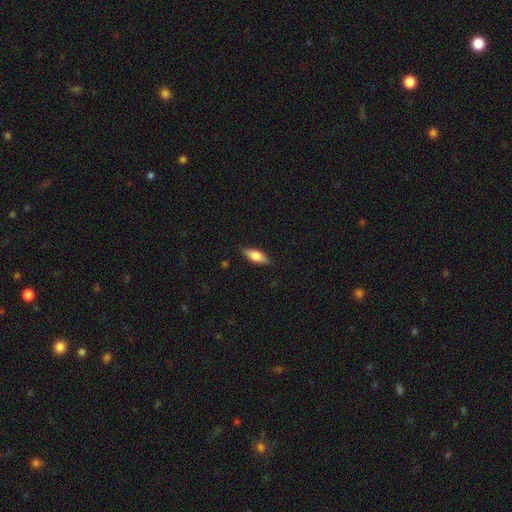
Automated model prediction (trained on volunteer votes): smooth-or-featured: smooth: 66% | featured or disk: 28% | star or artifact: 7%
  how-rounded: in between: 67% | cigar-shaped: 30% | round: 3%
  merging: none: 85% | minor disturbance: 12% | major disturbance: 2% | merger: 1%